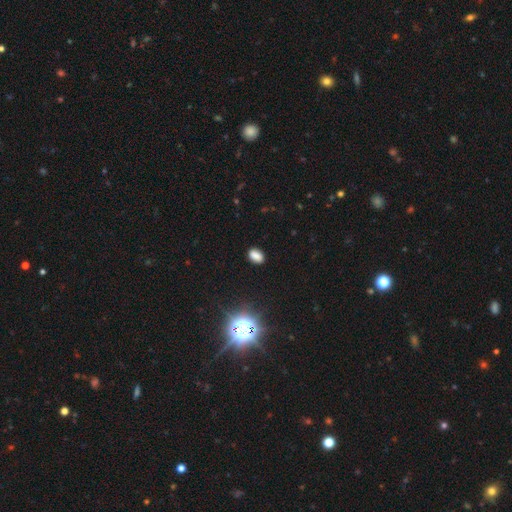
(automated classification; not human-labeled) smooth 78%, star or artifact 16%, featured or disk 5%. Down the decision tree: how rounded — in between (86%); merging — none (86%).